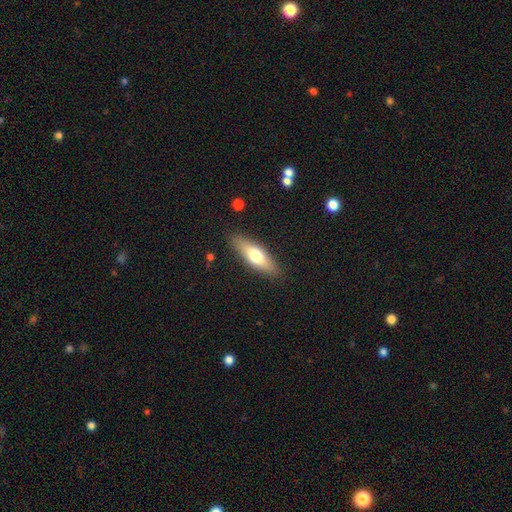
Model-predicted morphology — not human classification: Smooth or featured? smooth (61%)
How rounded? cigar-shaped (50%)
Merging? none (87%)